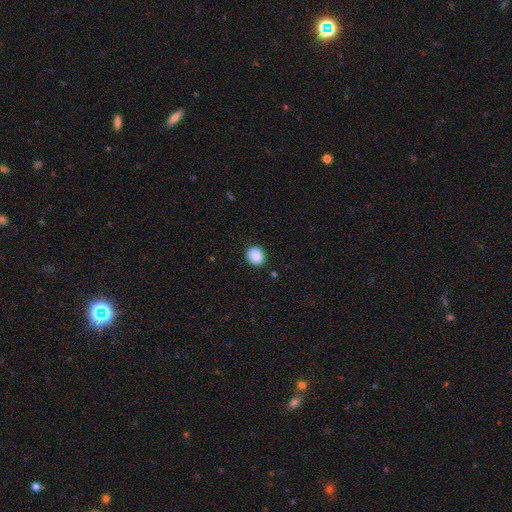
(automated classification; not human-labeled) Overall: smooth (89%). How rounded: round (71%). Merging: none (90%).